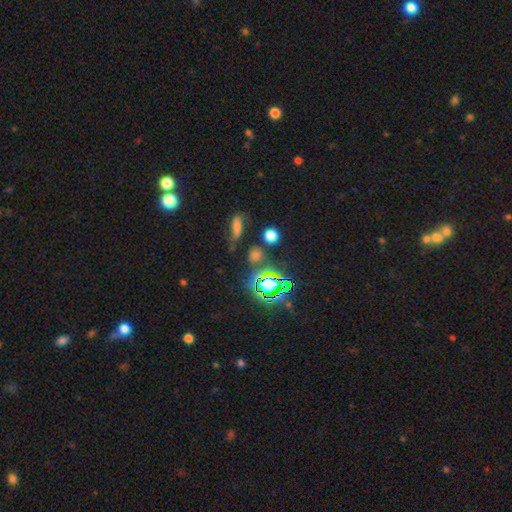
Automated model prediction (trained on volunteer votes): Q: Smooth or featured?
A: star or artifact (53%); runner-up: smooth (35%)